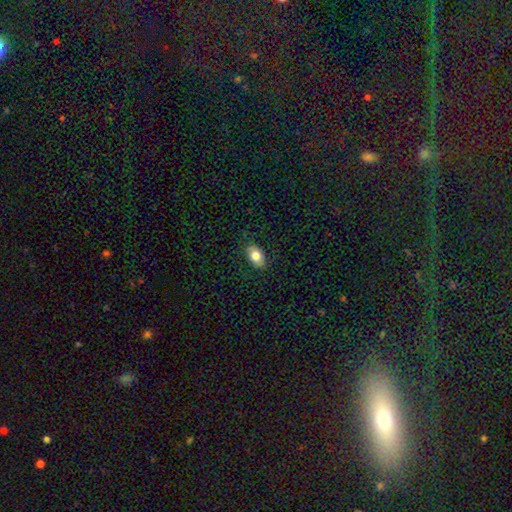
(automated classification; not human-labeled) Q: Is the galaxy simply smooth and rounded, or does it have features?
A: smooth — 80%.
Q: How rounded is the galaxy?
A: in between — 89%.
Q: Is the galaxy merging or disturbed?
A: none — 85%.